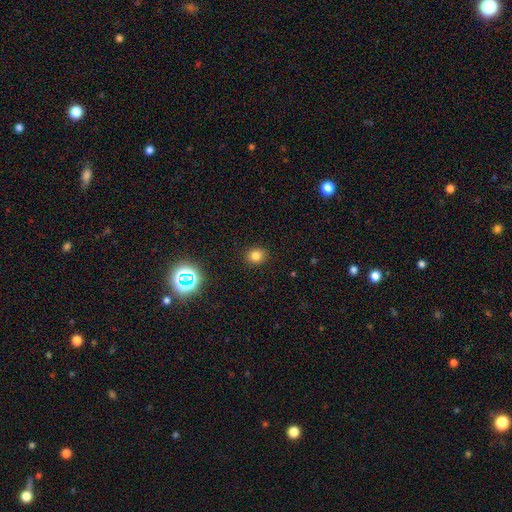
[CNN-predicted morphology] A smooth galaxy with no disk features (79%) that is round (76%). Merging: none (90%).